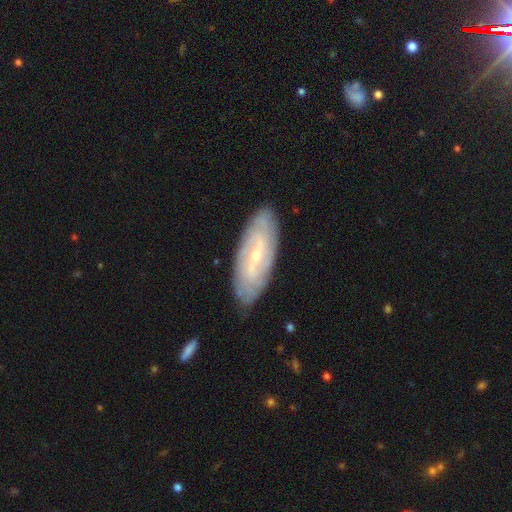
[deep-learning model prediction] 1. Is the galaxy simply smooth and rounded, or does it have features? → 77% featured or disk, 18% smooth, 5% star or artifact.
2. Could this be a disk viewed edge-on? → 89% no, 11% yes.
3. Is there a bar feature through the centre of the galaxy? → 47% weak, 32% no, 20% strong.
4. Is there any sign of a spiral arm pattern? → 89% yes, 11% no.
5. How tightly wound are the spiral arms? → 59% tight, 30% medium, 11% loose.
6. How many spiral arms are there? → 43% can't tell, 32% 2, 9% 3, 8% 4, 4% more than 4, 4% 1.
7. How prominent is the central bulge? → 72% small, 24% moderate, 1% none, 1% large, 1% dominant.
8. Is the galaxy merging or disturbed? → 85% none, 11% minor disturbance, 2% major disturbance, 1% merger.